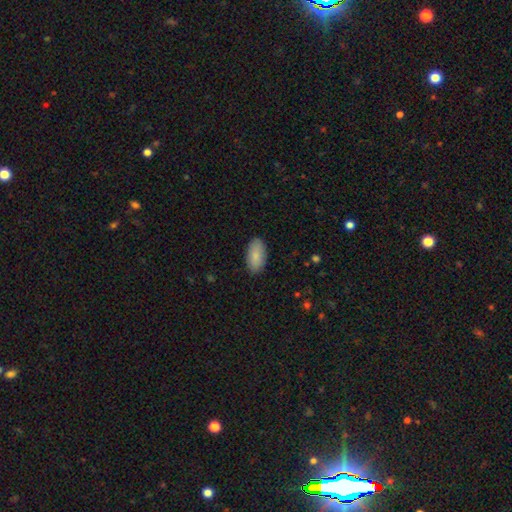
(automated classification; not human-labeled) smooth_or_featured: smooth (p=0.87) [alt: featured or disk p=0.07]
how_rounded: in between (p=0.94) [alt: cigar-shaped p=0.04]
merging: none (p=0.88) [alt: minor disturbance p=0.09]